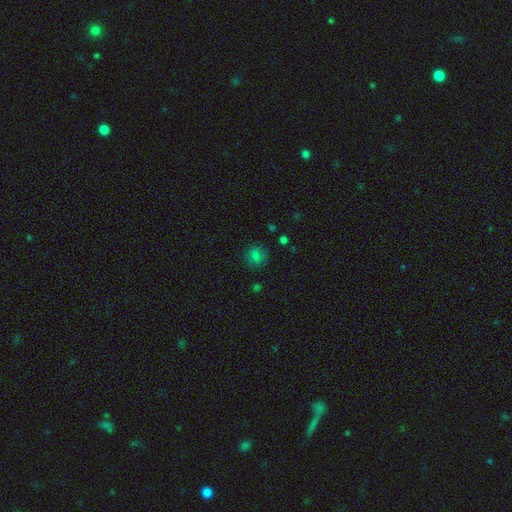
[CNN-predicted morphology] This appears to be a smooth galaxy with no disk features (78%) that is round (84%). Merging: none (84%).